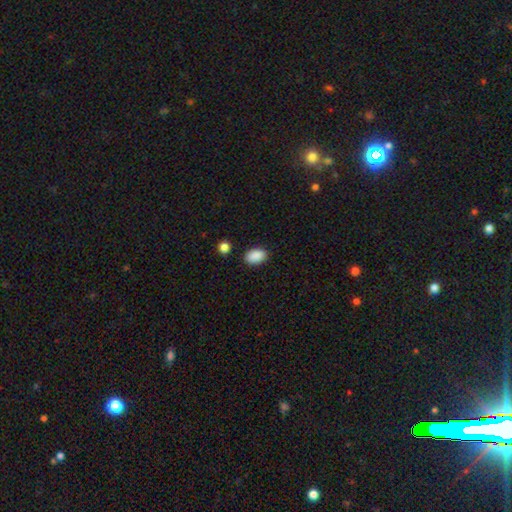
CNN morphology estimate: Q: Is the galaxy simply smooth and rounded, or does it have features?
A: smooth — 90%.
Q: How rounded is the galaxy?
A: in between — 89%.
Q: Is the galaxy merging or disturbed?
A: none — 86%.